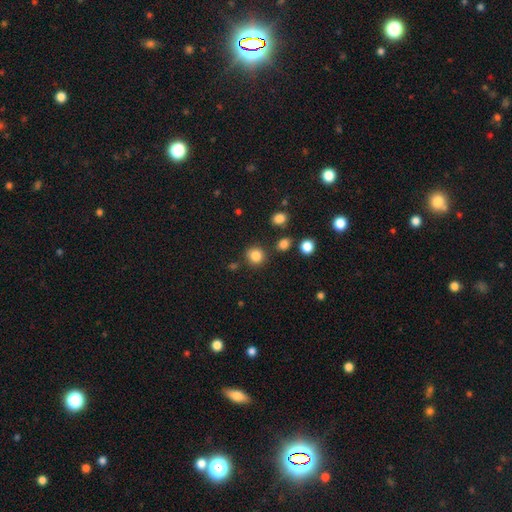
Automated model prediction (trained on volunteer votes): Smooth or featured? smooth (84%)
How rounded? round (89%)
Merging? none (84%)